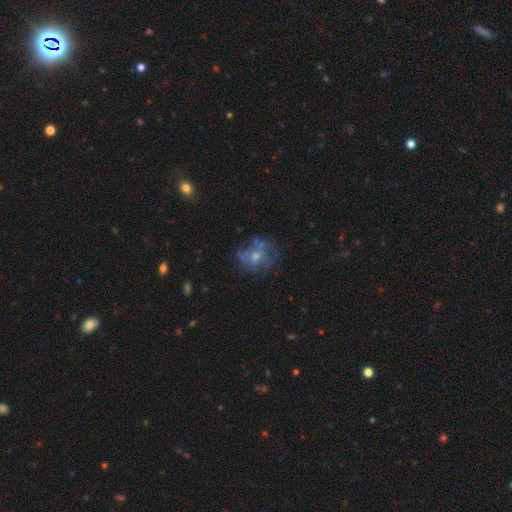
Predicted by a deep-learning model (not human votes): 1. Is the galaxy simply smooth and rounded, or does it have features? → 56% featured or disk, 31% smooth, 13% star or artifact.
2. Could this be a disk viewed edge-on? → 97% no, 3% yes.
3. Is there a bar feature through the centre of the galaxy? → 79% no, 18% weak, 3% strong.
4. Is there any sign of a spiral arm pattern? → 68% no, 32% yes.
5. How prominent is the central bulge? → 47% moderate, 43% small, 7% none, 3% large, 1% dominant.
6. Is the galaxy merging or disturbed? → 51% none, 22% major disturbance, 22% minor disturbance, 5% merger.